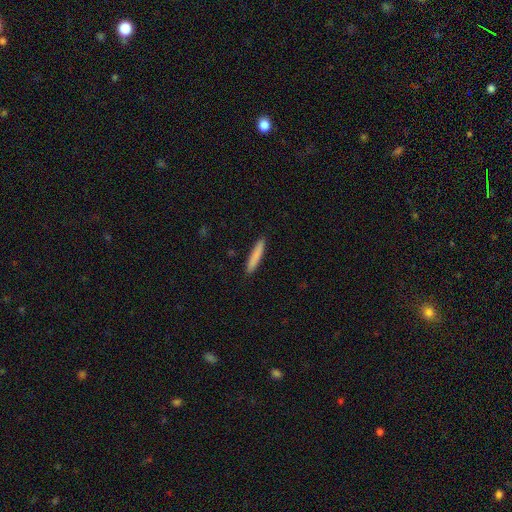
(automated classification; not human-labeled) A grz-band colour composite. It shows a smooth galaxy with no disk features (83%) that is cigar-shaped (93%). Merging: none (91%).